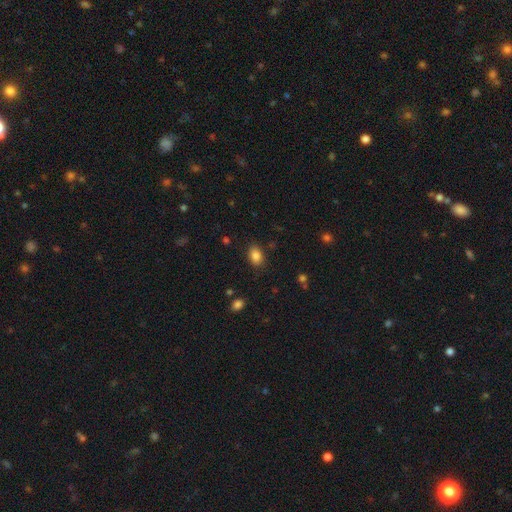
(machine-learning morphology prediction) smooth 85%, star or artifact 10%, featured or disk 5%. Down the decision tree: how rounded — in between (77%); merging — none (85%).